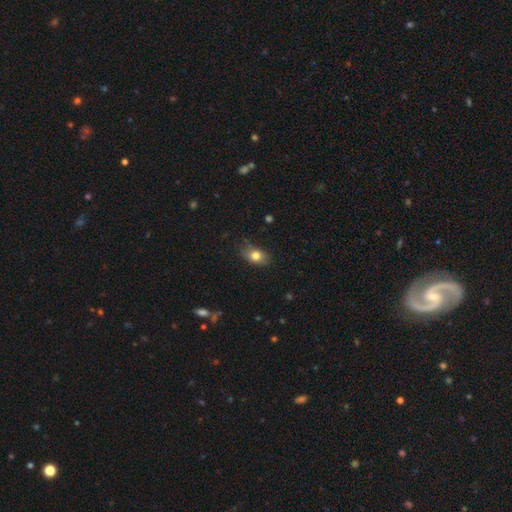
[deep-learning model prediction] smooth 78%, featured or disk 13%, star or artifact 9%. Down the decision tree: how rounded — in between (81%); merging — none (72%).